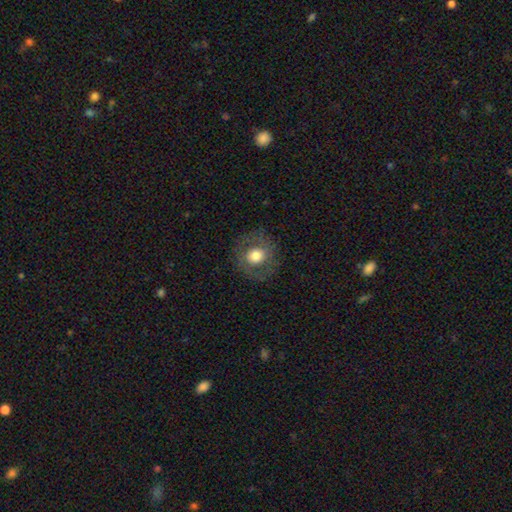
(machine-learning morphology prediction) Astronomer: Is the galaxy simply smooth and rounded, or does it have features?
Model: smooth — 62%.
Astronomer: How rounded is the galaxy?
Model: round — 86%.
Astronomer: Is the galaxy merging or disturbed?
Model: none — 81%.